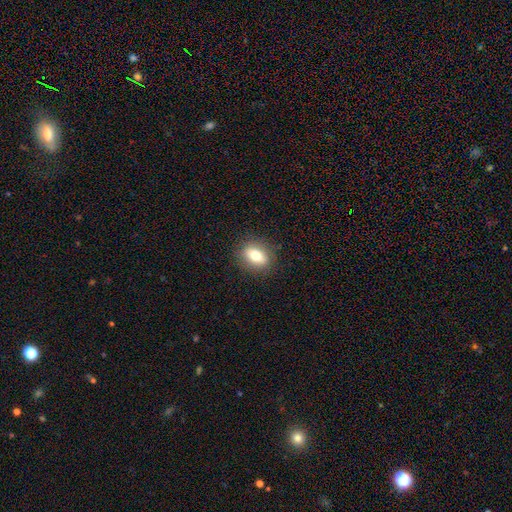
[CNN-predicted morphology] Smooth or featured: smooth — 72% (featured or disk — 19%)
How rounded: in between — 68% (round — 28%)
Merging: none — 87% (minor disturbance — 9%)